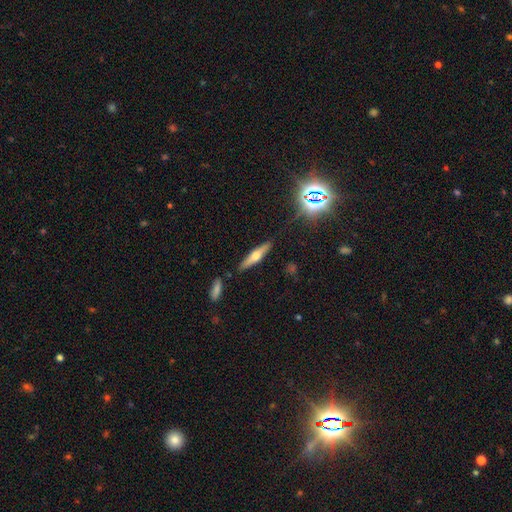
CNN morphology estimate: Smooth or featured?
  - featured or disk: 50% *
  - smooth: 41%
  - star or artifact: 9%
Merging?
  - none: 85% *
  - minor disturbance: 10%
  - merger: 3%
  - major disturbance: 2%